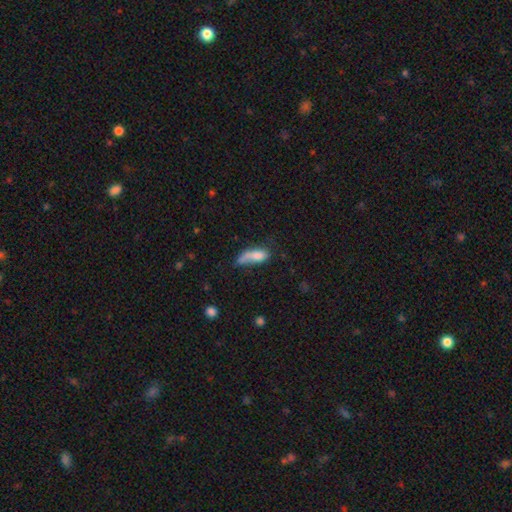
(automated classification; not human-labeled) smooth 73%, featured or disk 19%, star or artifact 8%. Down the decision tree: how rounded — in between (70%); merging — major disturbance (31%).